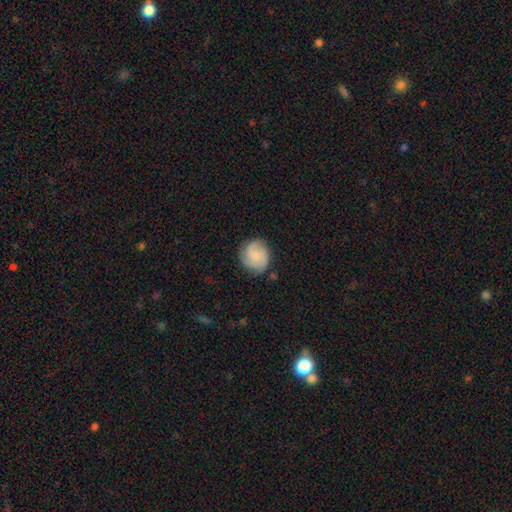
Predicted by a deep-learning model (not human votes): Overall: featured or disk (56%; smooth 37%). Edge-on disk: no (98%). Bar: no (72%). Spiral arms: yes (94%). Spiral arm count: 3 (47%; 2 20%). Spiral winding: tight (45%; medium 42%). Bulge size: small (53%; moderate 25%). Merging: none (77%).